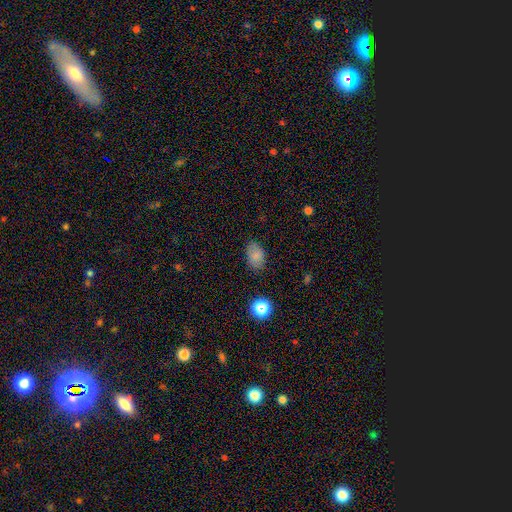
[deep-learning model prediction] A smooth galaxy with no disk features (82%) that is in between round and cigar-shaped (87%). Merging: none (81%).